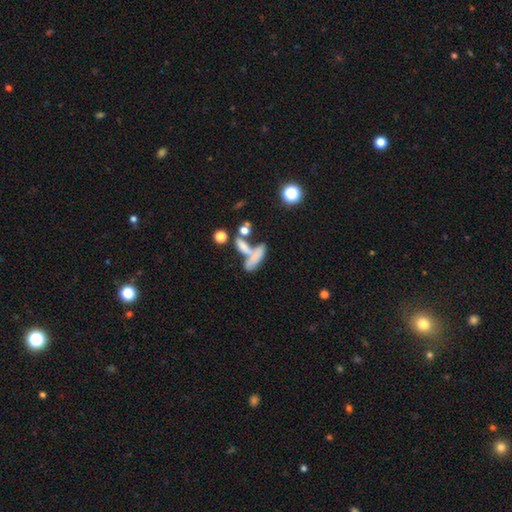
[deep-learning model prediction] Smooth or featured? smooth (63%)
How rounded? cigar-shaped (54%)
Merging? merger (52%)